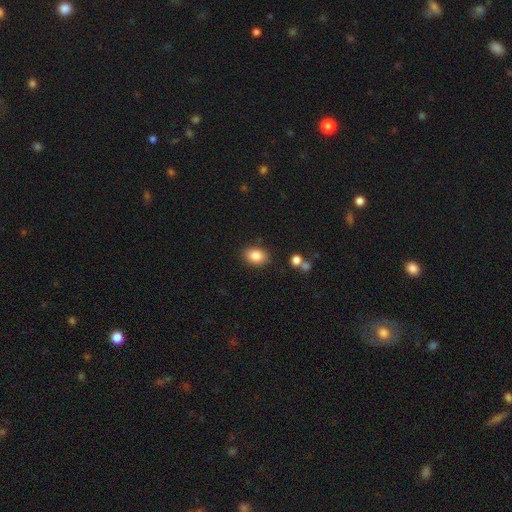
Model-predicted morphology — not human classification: type=smooth (85%); roundness=in between (74%); merging=none (85%).